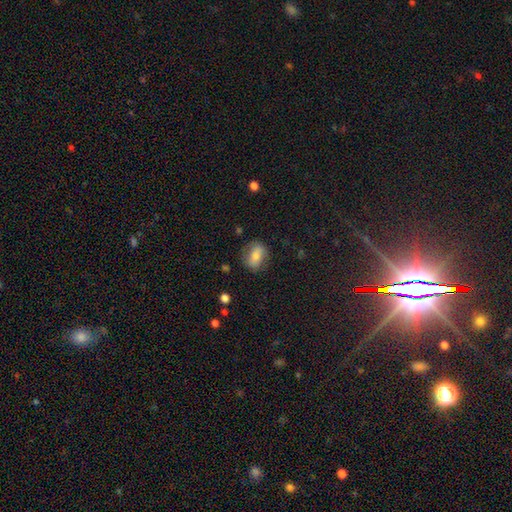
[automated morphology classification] Smooth or featured? Predicted: smooth (p=0.68). How rounded? Predicted: in between (p=0.65). Merging? Predicted: none (p=0.74).